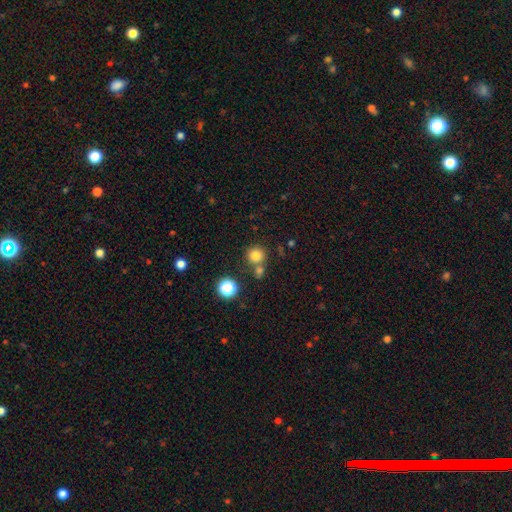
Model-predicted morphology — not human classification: This is likely a smooth galaxy (79%). How rounded: clearly round (92%). Merging: likely none (66%).